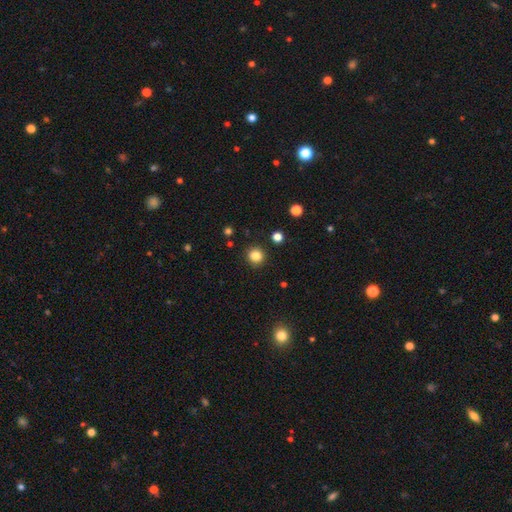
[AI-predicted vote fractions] Smooth or featured? smooth (84%)
How rounded? round (92%)
Merging? none (91%)